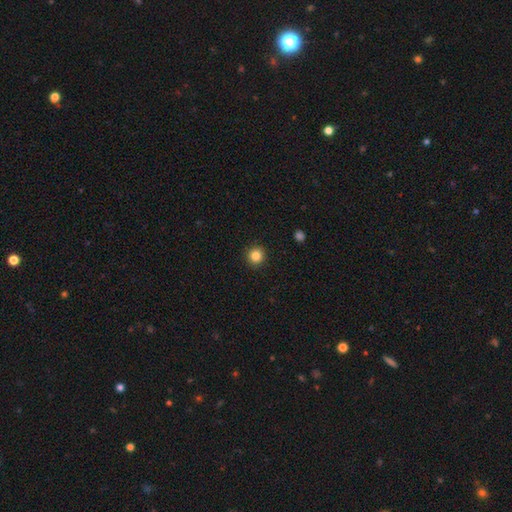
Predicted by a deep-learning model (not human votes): Q: Smooth or featured?
A: smooth (85%); runner-up: star or artifact (11%)
Q: How rounded?
A: round (94%); runner-up: in between (5%)
Q: Merging?
A: none (92%); runner-up: minor disturbance (5%)